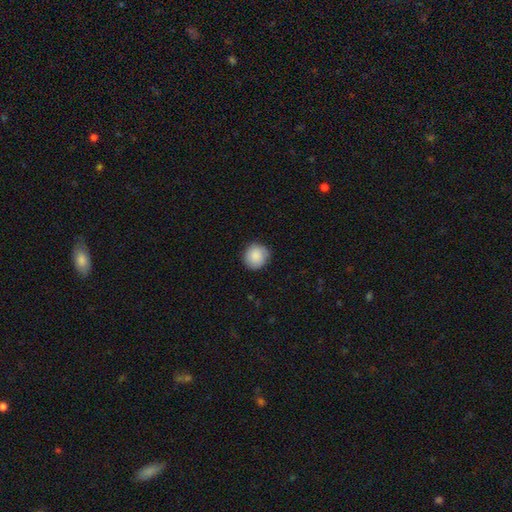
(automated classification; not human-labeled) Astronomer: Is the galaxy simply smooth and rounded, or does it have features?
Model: smooth — 85%.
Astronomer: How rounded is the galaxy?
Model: round — 90%.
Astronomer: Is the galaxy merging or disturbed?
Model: none — 81%.